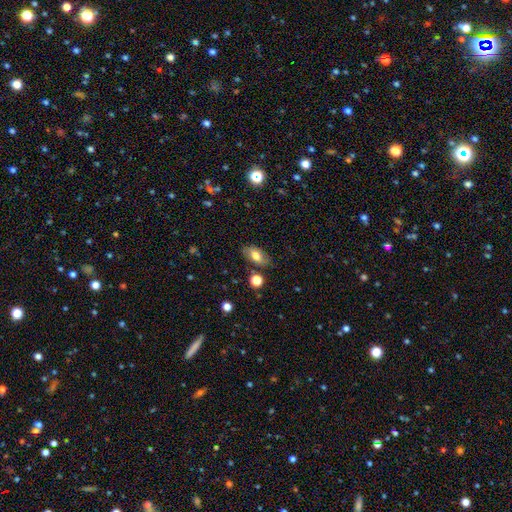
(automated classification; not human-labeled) smooth-or-featured: smooth: 76% | featured or disk: 16% | star or artifact: 9%
  how-rounded: in between: 89% | round: 6% | cigar-shaped: 4%
  merging: none: 80% | minor disturbance: 14% | merger: 3% | major disturbance: 3%